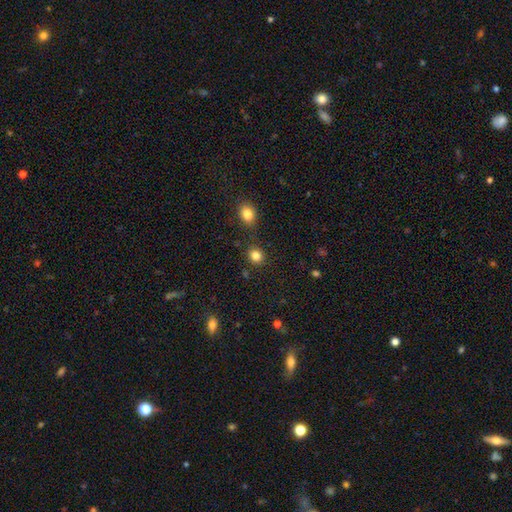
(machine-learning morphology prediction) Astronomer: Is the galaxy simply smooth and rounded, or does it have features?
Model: smooth — 84%.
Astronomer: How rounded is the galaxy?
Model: round — 79%.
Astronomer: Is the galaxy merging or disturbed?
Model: none — 83%.